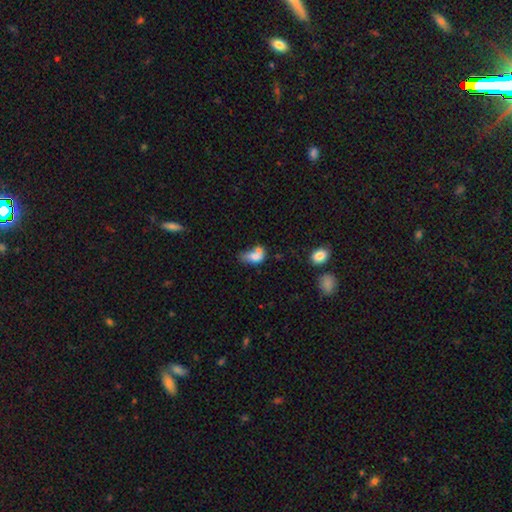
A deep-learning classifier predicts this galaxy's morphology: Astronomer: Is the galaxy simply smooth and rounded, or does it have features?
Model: smooth — 71%.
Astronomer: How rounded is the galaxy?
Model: in between — 79%.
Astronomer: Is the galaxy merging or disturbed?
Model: merger — 48%.